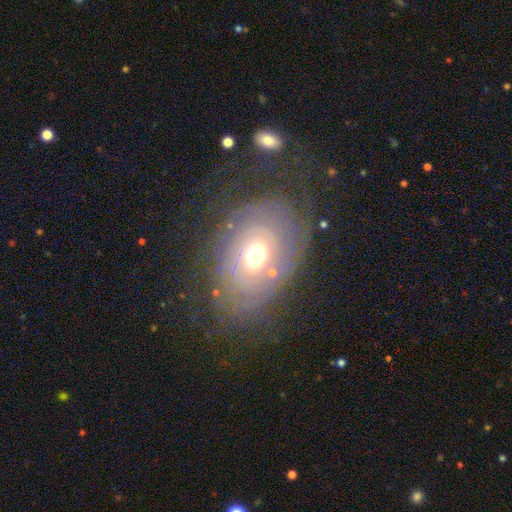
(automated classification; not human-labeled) Overall: featured or disk (68%). Edge-on disk: no (95%). Bar: no (85%). Spiral arms: yes (70%; no 30%). Bulge size: moderate (65%). Merging: none (66%).